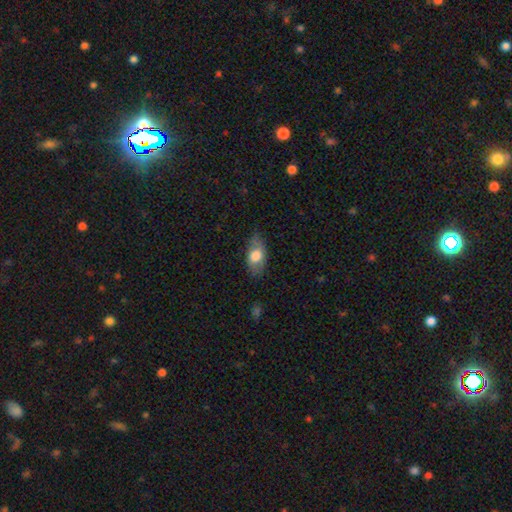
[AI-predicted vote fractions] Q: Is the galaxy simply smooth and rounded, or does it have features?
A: smooth — 67%.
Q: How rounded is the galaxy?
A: in between — 87%.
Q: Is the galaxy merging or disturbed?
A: none — 73%.